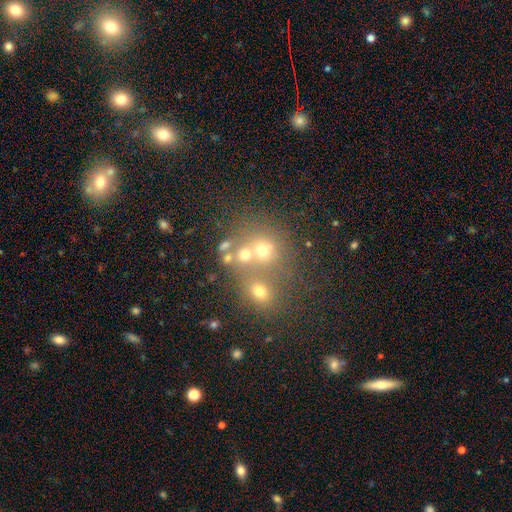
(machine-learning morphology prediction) A smooth galaxy with no disk features (51%) that is round (76%). Merging: merger (44%, tied with none).